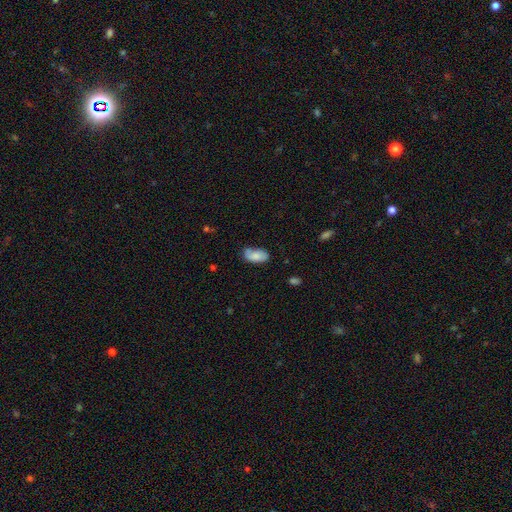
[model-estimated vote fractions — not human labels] Morphology: type=smooth (74%); roundness=in between (93%); merging=none (56%).